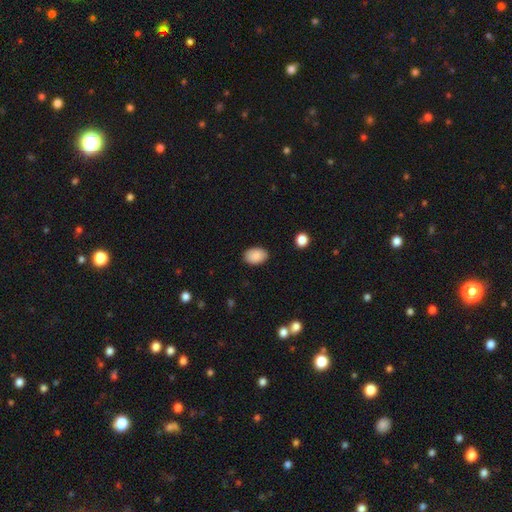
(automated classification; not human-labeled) Smooth or featured? Predicted: smooth (p=0.89). How rounded? Predicted: in between (p=0.85). Merging? Predicted: none (p=0.87).